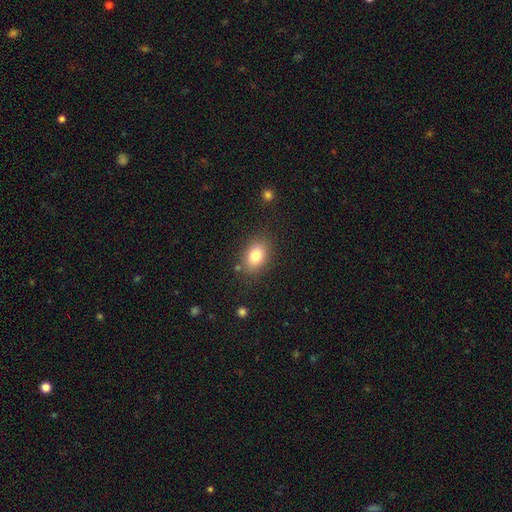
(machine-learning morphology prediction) smooth-or-featured: smooth: 80% | featured or disk: 11% | star or artifact: 9%
  how-rounded: in between: 79% | round: 20% | cigar-shaped: 1%
  merging: none: 82% | minor disturbance: 12% | major disturbance: 4% | merger: 3%